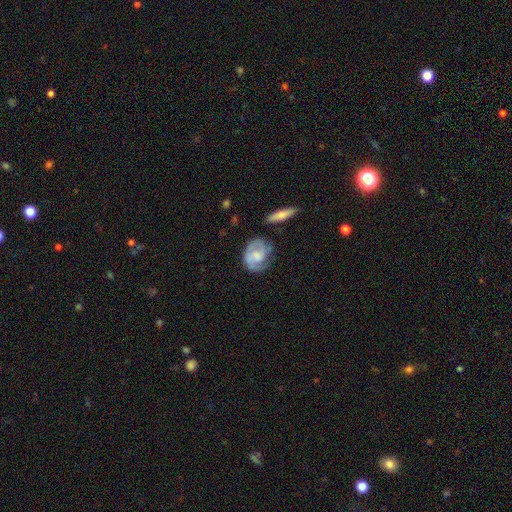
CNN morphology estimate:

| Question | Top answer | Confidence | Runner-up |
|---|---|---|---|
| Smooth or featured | featured or disk | 67% | smooth (27%) |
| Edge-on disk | no | 97% | yes (3%) |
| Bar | no | 58% | weak (35%) |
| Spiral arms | yes | 87% | no (13%) |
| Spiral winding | tight | 44% | medium (41%) |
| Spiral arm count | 2 | 58% | can't tell (19%) |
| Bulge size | moderate | 42% | small (27%) |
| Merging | none | 59% | minor disturbance (24%) |